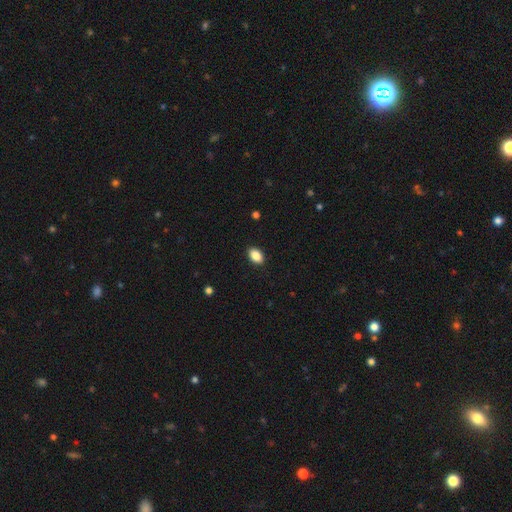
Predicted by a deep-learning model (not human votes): smooth_or_featured: smooth (p=0.87) [alt: star or artifact p=0.08]
how_rounded: in between (p=0.85) [alt: round p=0.13]
merging: none (p=0.90) [alt: minor disturbance p=0.07]